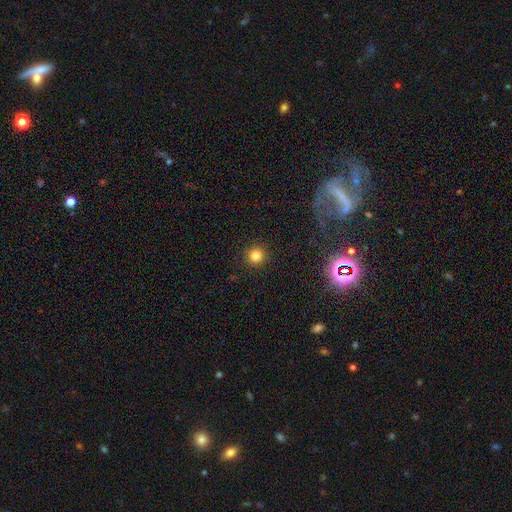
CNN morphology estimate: type=smooth (82%); roundness=round (95%); merging=none (92%).